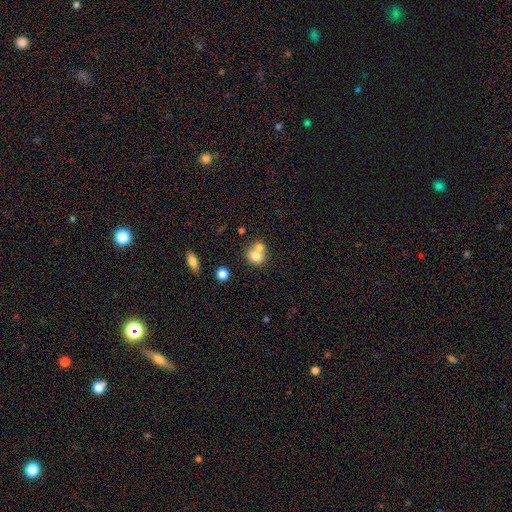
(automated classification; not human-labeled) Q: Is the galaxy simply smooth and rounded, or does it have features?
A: smooth — 74%.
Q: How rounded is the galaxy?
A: round — 78%.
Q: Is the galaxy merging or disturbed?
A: merger — 52%.